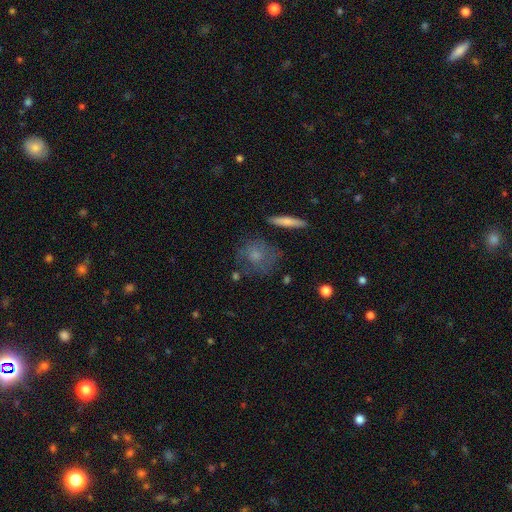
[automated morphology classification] Overall: smooth (52%; featured or disk 36%). How rounded: round (73%). Merging: none (63%).